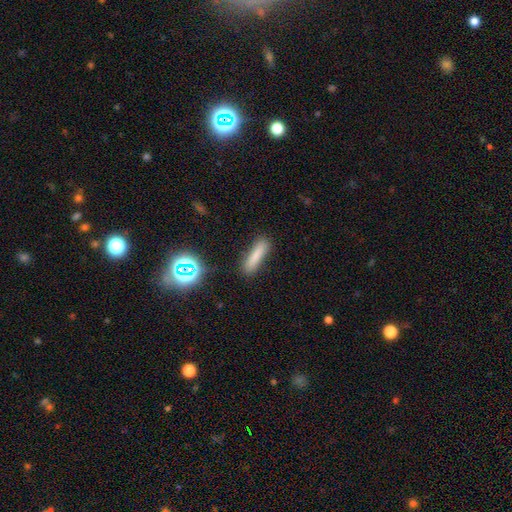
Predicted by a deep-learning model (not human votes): This is likely a smooth galaxy (78%). How rounded: clearly cigar-shaped (80%). Merging: clearly none (86%).